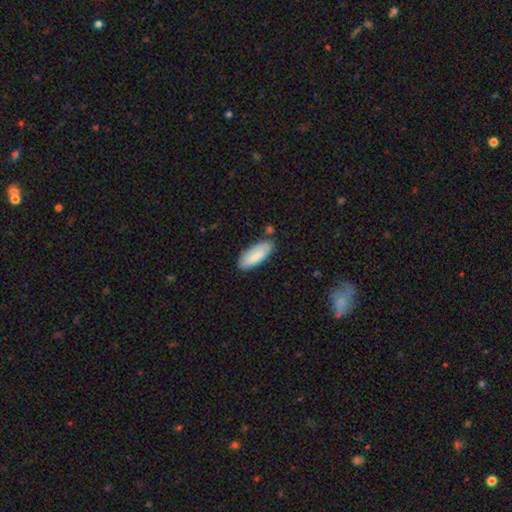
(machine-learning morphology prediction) Overall: smooth (82%). How rounded: in between (72%). Merging: none (77%).